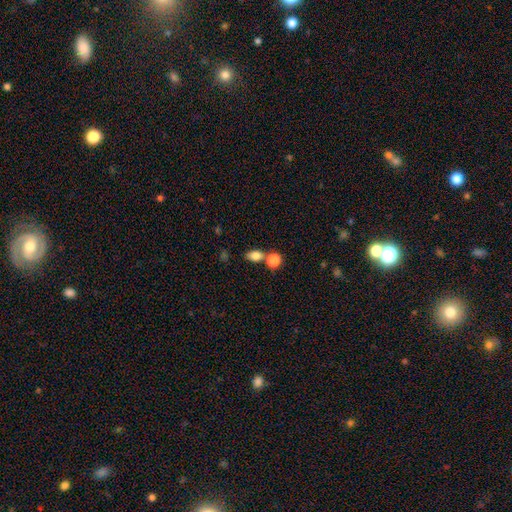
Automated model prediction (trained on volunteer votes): Smooth or featured?
  - smooth: 81% *
  - star or artifact: 11%
  - featured or disk: 8%
How rounded?
  - in between: 72% *
  - round: 25%
  - cigar-shaped: 2%
Merging?
  - none: 57% *
  - merger: 30%
  - minor disturbance: 10%
  - major disturbance: 4%